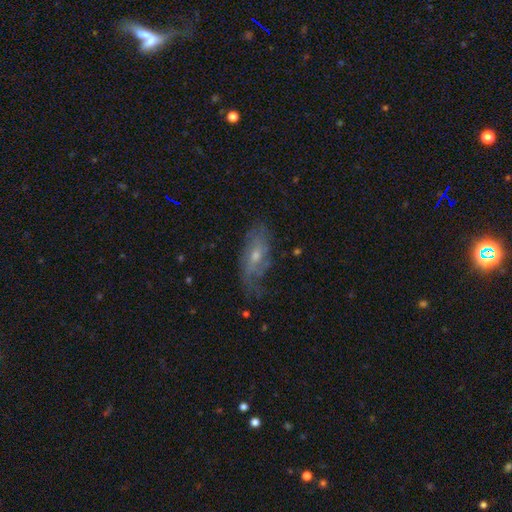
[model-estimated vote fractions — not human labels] featured or disk 59%, smooth 33%, star or artifact 8%. Down the decision tree: edge-on disk — no (85%); merging — none (52%).